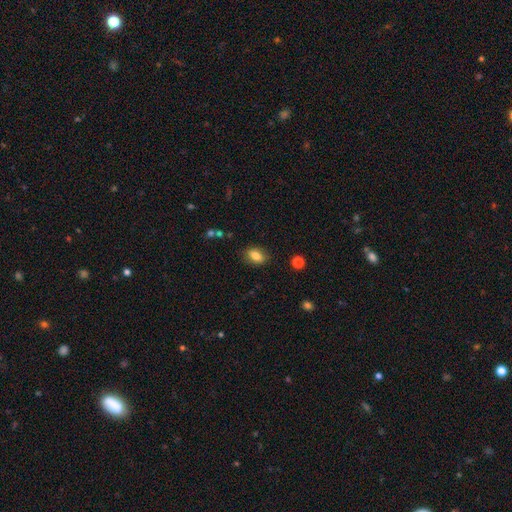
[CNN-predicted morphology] This appears to be a smooth galaxy with no disk features (83%) that is in between round and cigar-shaped (82%). Merging: none (84%).